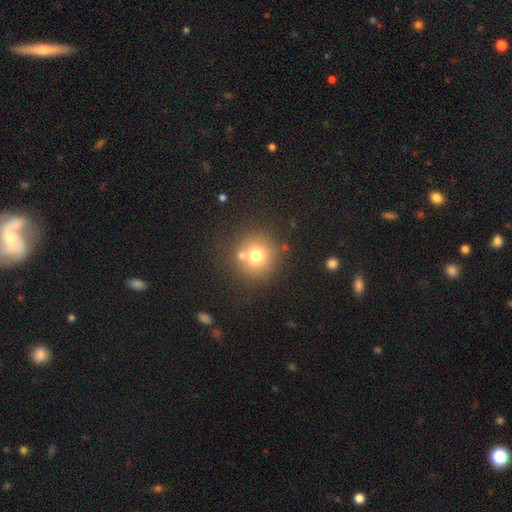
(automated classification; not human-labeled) Smooth or featured?
  - smooth: 71% *
  - featured or disk: 15%
  - star or artifact: 14%
How rounded?
  - round: 92% *
  - in between: 7%
  - cigar-shaped: 1%
Merging?
  - none: 70% *
  - merger: 16%
  - minor disturbance: 10%
  - major disturbance: 4%